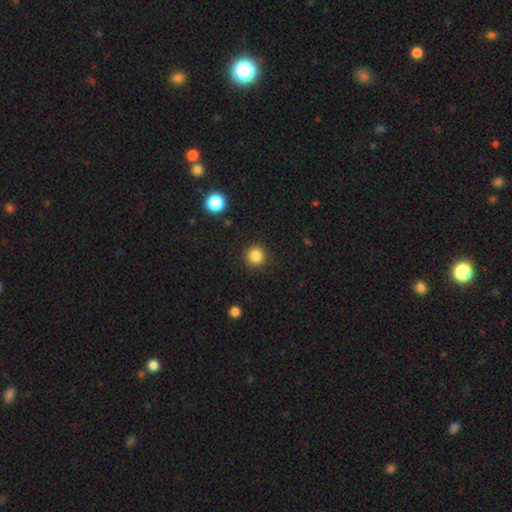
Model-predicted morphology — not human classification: A smooth galaxy with no disk features (85%) that is round (95%).

Vote fractions:
- Smooth or featured? smooth: 85% / star or artifact: 11% / featured or disk: 4%
- How rounded? round: 95% / in between: 4% / cigar-shaped: 1%
- Merging? none: 91% / minor disturbance: 5% / major disturbance: 2% / merger: 1%